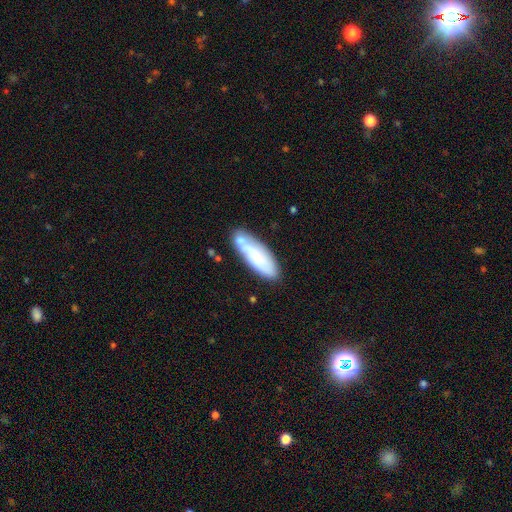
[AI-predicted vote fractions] Smooth or featured? smooth (67%)
How rounded? cigar-shaped (51%)
Merging? none (65%)